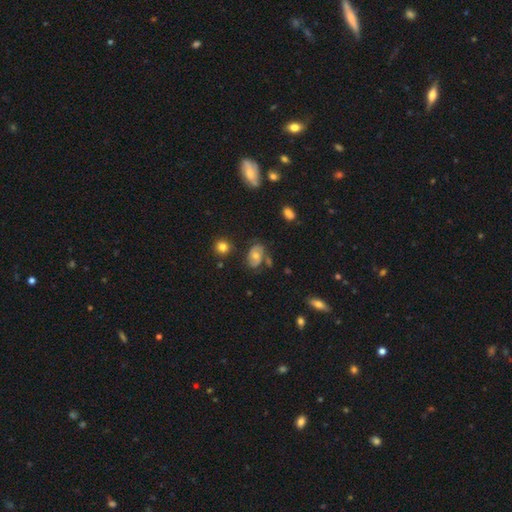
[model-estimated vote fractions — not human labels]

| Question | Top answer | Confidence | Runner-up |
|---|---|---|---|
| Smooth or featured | featured or disk | 56% | smooth (34%) |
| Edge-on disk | no | 96% | yes (4%) |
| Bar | no | 72% | weak (23%) |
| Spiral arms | yes | 74% | no (26%) |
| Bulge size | moderate | 63% | small (28%) |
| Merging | none | 61% | minor disturbance (22%) |